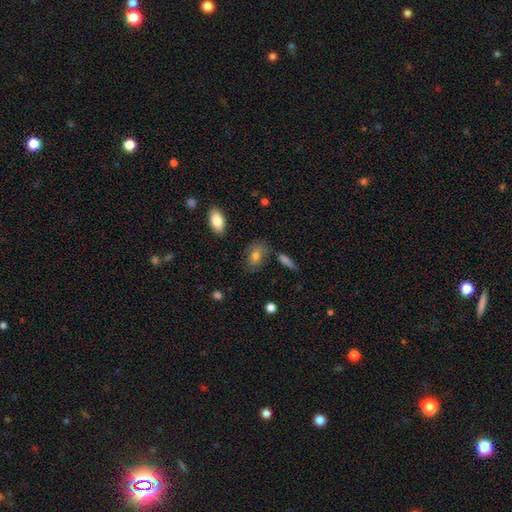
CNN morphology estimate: smooth 73%, featured or disk 18%, star or artifact 10%. Down the decision tree: how rounded — in between (83%); merging — none (71%).